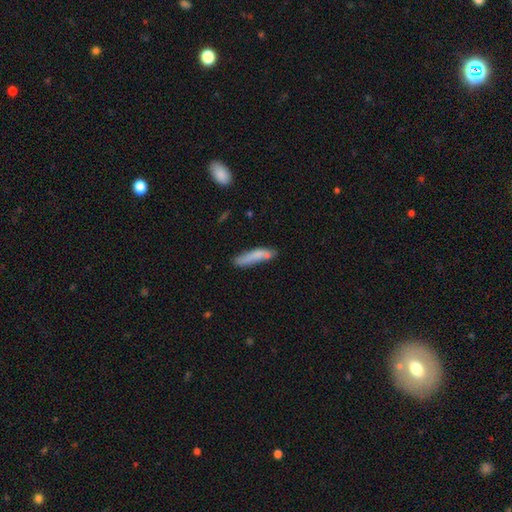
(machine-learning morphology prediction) This appears to be a smooth galaxy with no disk features (75%) that is cigar-shaped (86%). Merging: none (67%).